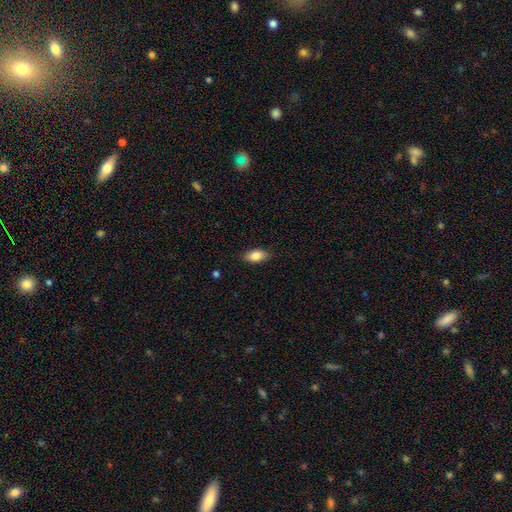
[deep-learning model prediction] Overall: smooth (84%). How rounded: in between (89%). Merging: none (85%).